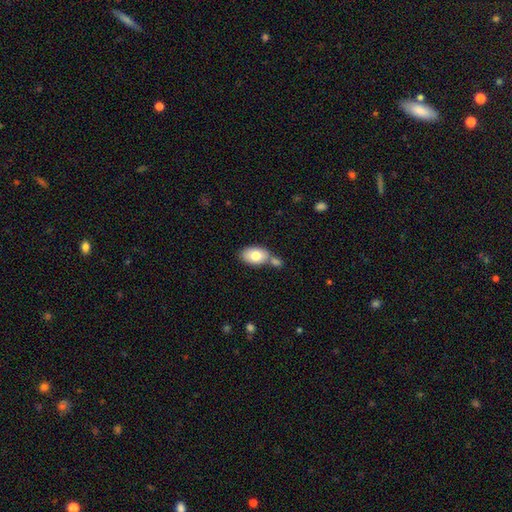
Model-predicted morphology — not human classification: smooth_or_featured: smooth (p=0.79) [alt: featured or disk p=0.14]
how_rounded: in between (p=0.91) [alt: round p=0.08]
merging: none (p=0.49) [alt: merger p=0.32]